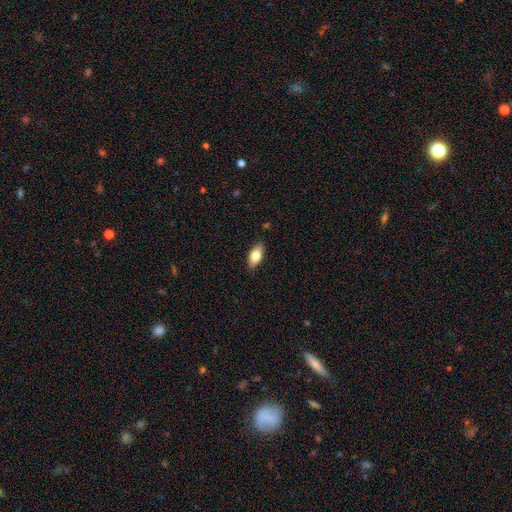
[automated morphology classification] This appears to be a smooth galaxy with no disk features (70%) that is in between round and cigar-shaped (84%). Merging: none (87%).